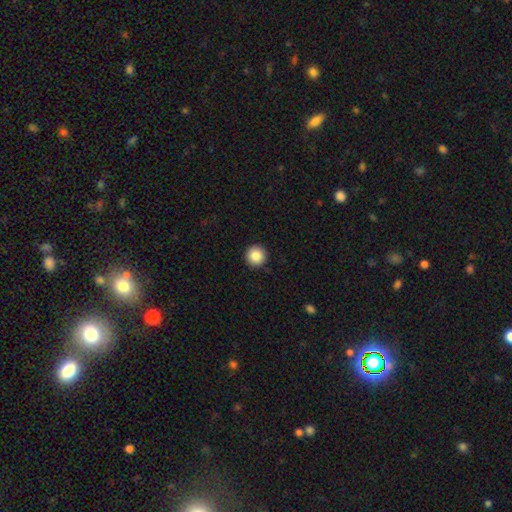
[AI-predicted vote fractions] smooth-or-featured: smooth: 86% | star or artifact: 9% | featured or disk: 5%
  how-rounded: round: 96% | in between: 3% | cigar-shaped: 1%
  merging: none: 93% | minor disturbance: 4% | major disturbance: 1% | merger: 1%